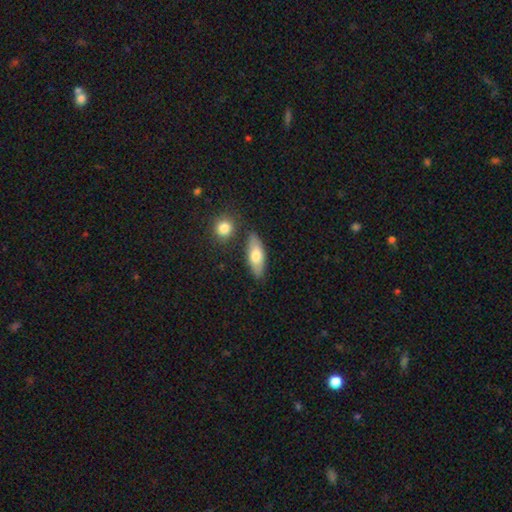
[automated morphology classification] Smooth or featured? smooth (71%)
How rounded? in between (71%)
Merging? none (78%)